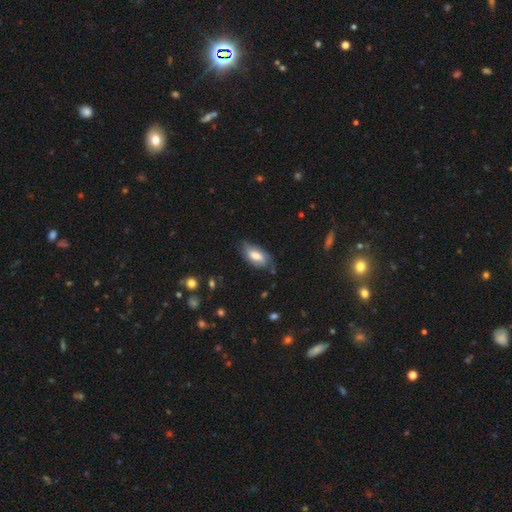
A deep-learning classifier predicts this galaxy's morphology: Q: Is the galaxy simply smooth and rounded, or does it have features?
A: smooth — 69%.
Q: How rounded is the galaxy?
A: in between — 89%.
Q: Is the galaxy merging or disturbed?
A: none — 68%.